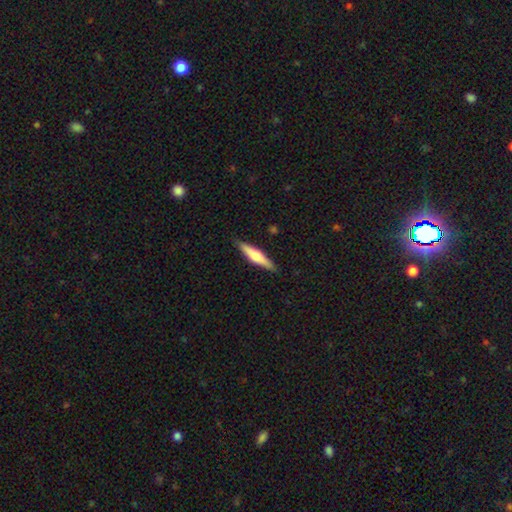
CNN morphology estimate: A smooth galaxy with no disk features (49%).

Vote fractions:
- Smooth or featured? smooth: 49% / featured or disk: 46% / star or artifact: 5%
- Merging? none: 89% / minor disturbance: 8% / major disturbance: 2% / merger: 1%